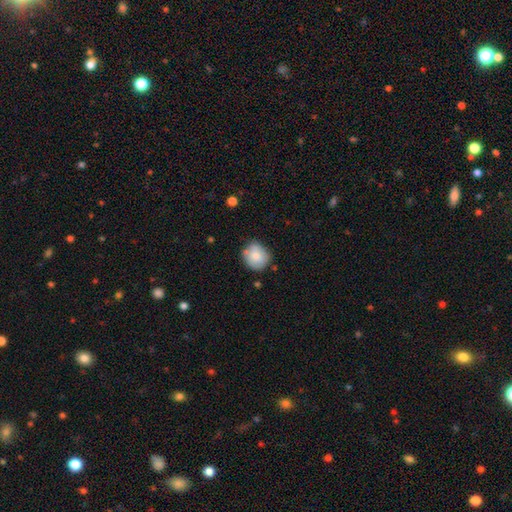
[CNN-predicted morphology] Q: Smooth or featured?
A: smooth (78%); runner-up: featured or disk (14%)
Q: How rounded?
A: round (78%); runner-up: in between (21%)
Q: Merging?
A: none (72%); runner-up: minor disturbance (21%)